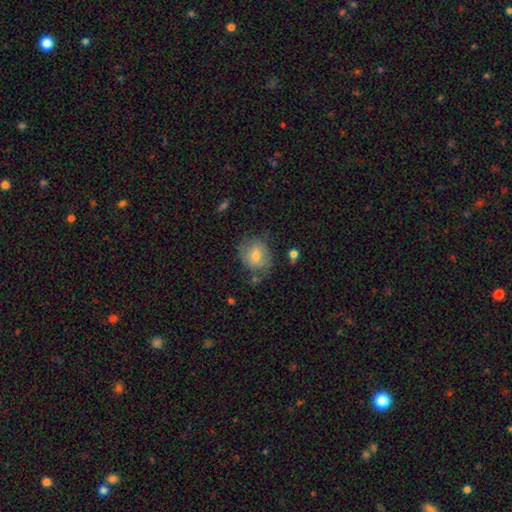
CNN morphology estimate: type=smooth (67%); roundness=round (62%); merging=none (60%).